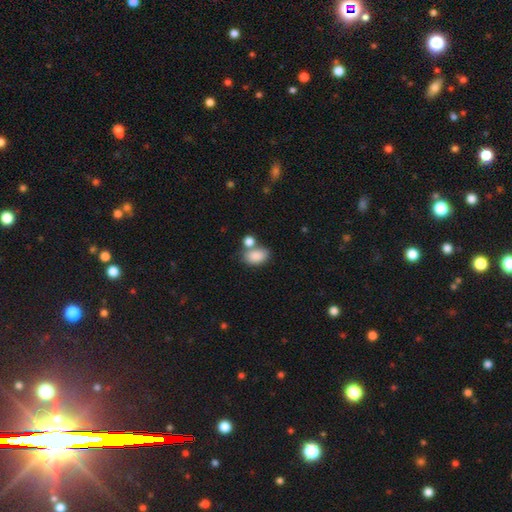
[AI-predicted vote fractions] A smooth galaxy with no disk features (86%) that is in between round and cigar-shaped (87%).

Vote fractions:
- Smooth or featured? smooth: 86% / star or artifact: 8% / featured or disk: 6%
- How rounded? in between: 87% / round: 12% / cigar-shaped: 1%
- Merging? none: 50% / merger: 32% / minor disturbance: 13% / major disturbance: 5%